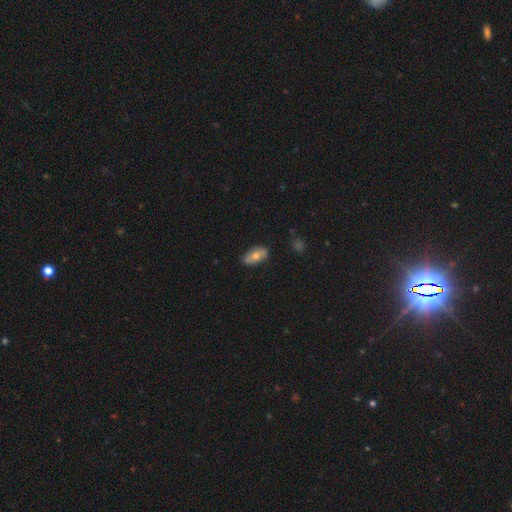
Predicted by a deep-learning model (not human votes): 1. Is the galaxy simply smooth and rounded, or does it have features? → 62% smooth, 31% featured or disk, 7% star or artifact.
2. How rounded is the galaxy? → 90% in between, 5% cigar-shaped, 5% round.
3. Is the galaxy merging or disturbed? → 83% none, 14% minor disturbance, 2% major disturbance, 1% merger.